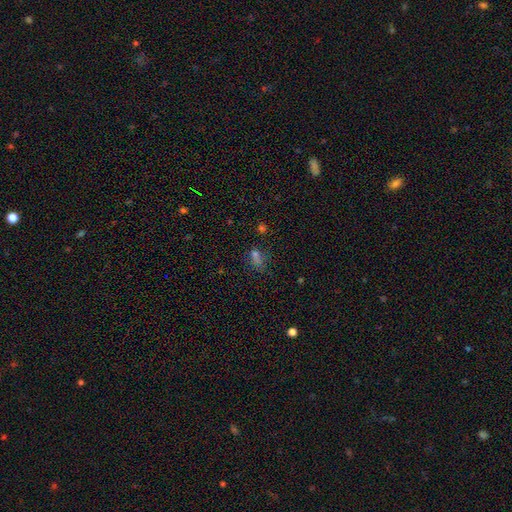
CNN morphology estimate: Smooth or featured? smooth (51%)
How rounded? in between (51%)
Merging? none (54%)